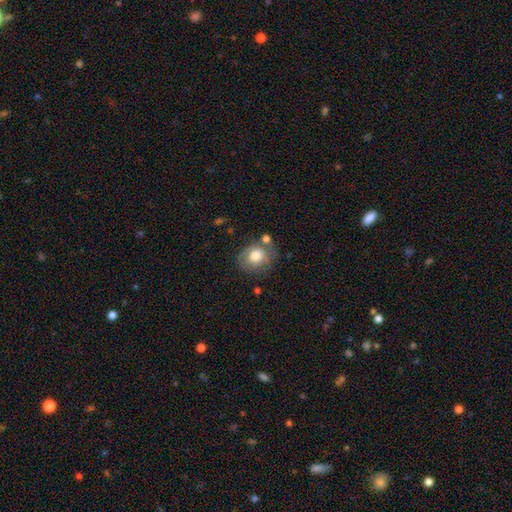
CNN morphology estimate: smooth_or_featured: smooth (p=0.72) [alt: featured or disk p=0.20]
how_rounded: round (p=0.62) [alt: in between p=0.37]
merging: none (p=0.58) [alt: minor disturbance p=0.22]